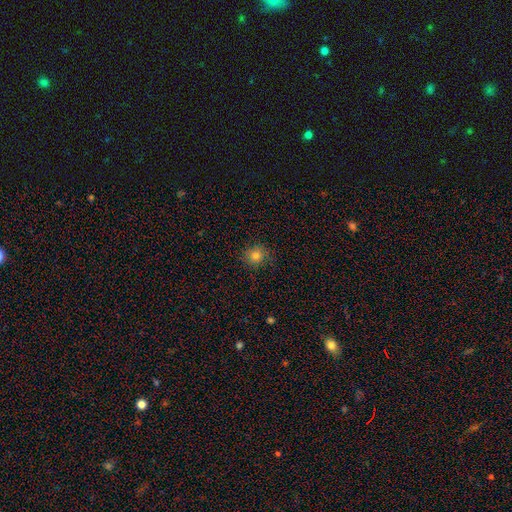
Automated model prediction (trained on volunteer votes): Overall: smooth (80%). How rounded: round (85%). Merging: none (86%).